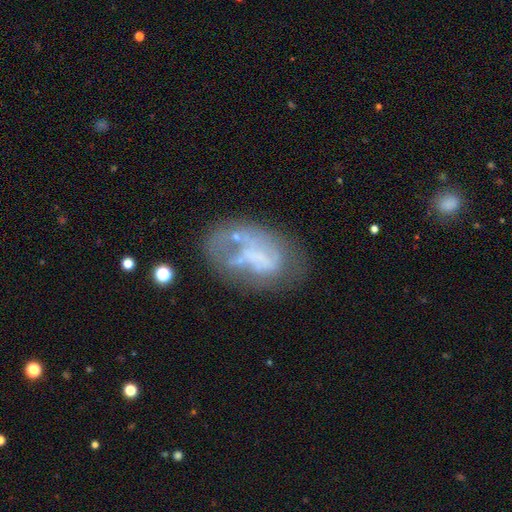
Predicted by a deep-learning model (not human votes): A featured or disk galaxy (55%) with no bar (77%), no spiral arms (81%) and no central bulge (68%). Merging: none (35%).